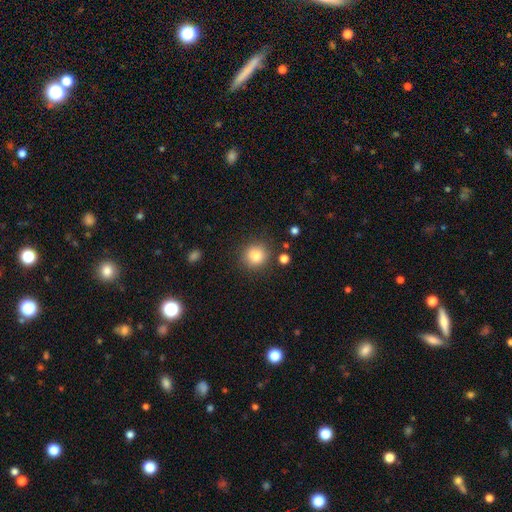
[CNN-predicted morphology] Q: Smooth or featured?
A: smooth (82%); runner-up: star or artifact (11%)
Q: How rounded?
A: round (90%); runner-up: in between (9%)
Q: Merging?
A: none (86%); runner-up: minor disturbance (8%)